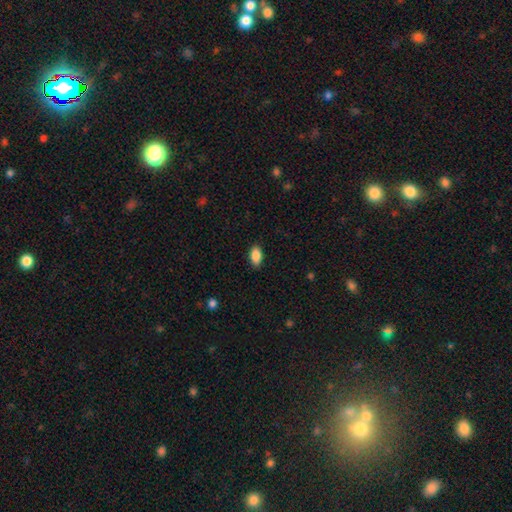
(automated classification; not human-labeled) The model was most divided on "merging": none: 87%, minor disturbance: 10%, major disturbance: 2%, merger: 1%. More confident: how rounded — in between (92%); smooth or featured — smooth (88%).